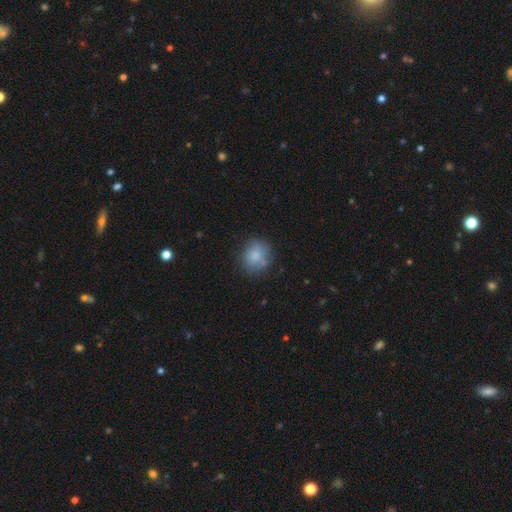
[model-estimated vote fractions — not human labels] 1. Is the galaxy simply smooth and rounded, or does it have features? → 77% smooth, 15% featured or disk, 8% star or artifact.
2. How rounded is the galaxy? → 72% round, 27% in between, 1% cigar-shaped.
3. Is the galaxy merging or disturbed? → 63% none, 23% minor disturbance, 8% major disturbance, 6% merger.